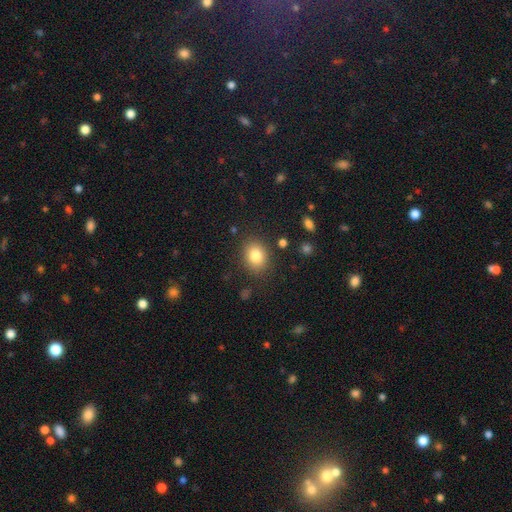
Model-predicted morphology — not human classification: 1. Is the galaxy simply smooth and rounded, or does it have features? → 82% smooth, 10% star or artifact, 8% featured or disk.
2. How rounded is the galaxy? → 51% round, 48% in between, 1% cigar-shaped.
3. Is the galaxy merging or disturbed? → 85% none, 10% minor disturbance, 3% major disturbance, 2% merger.